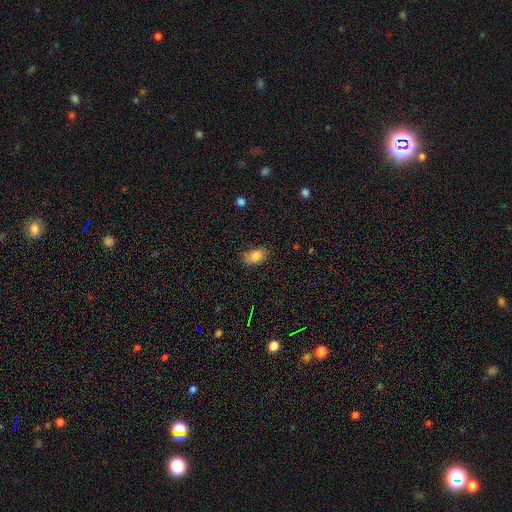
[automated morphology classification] Smooth or featured: smooth — 83% (star or artifact — 9%)
How rounded: in between — 88% (round — 10%)
Merging: none — 79% (minor disturbance — 17%)